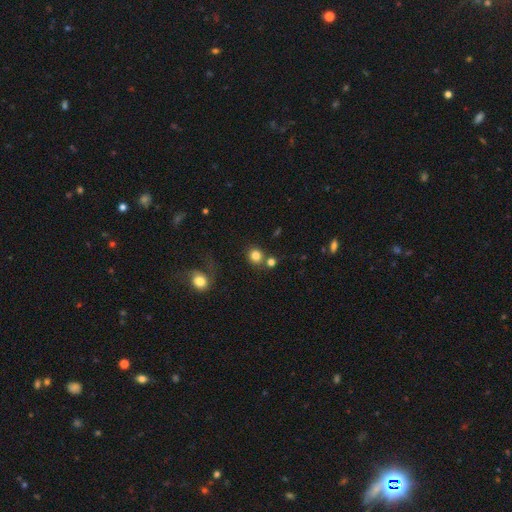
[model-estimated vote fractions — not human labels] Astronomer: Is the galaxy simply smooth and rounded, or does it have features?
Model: smooth — 82%.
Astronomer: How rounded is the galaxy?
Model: round — 86%.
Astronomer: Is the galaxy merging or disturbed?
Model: none — 70%.